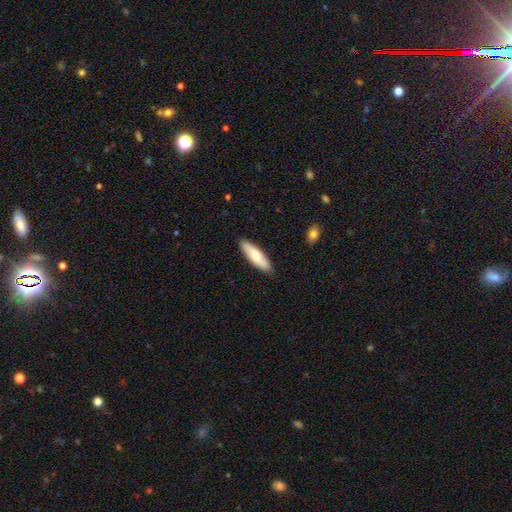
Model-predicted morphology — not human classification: Smooth or featured?
  - smooth: 72% *
  - featured or disk: 23%
  - star or artifact: 5%
How rounded?
  - cigar-shaped: 55% *
  - in between: 44%
  - round: 2%
Merging?
  - none: 88% *
  - minor disturbance: 9%
  - major disturbance: 2%
  - merger: 1%